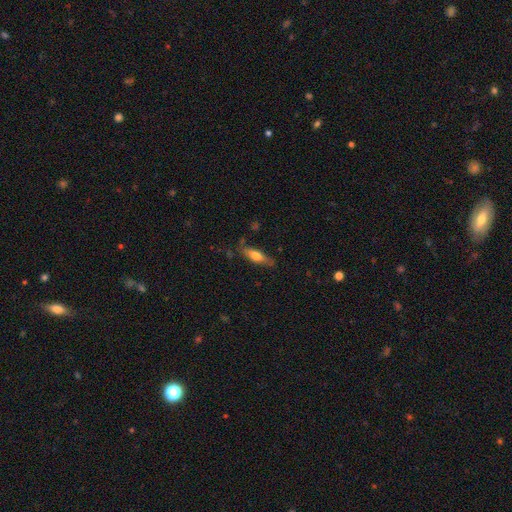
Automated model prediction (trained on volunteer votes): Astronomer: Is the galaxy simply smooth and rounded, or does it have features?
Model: smooth — 60%.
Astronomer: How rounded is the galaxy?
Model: cigar-shaped — 53% (runner-up: in between, 44%).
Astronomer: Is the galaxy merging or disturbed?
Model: none — 74%.